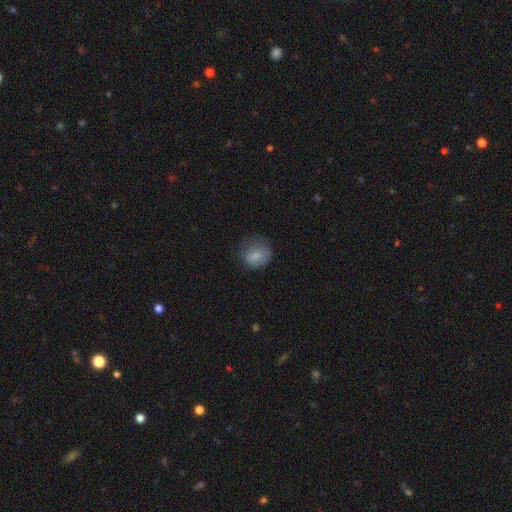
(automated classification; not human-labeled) A smooth galaxy with no disk features (73%) that is round (64%).

Vote fractions:
- Smooth or featured? smooth: 73% / featured or disk: 18% / star or artifact: 9%
- How rounded? round: 64% / in between: 35% / cigar-shaped: 2%
- Merging? none: 58% / minor disturbance: 26% / major disturbance: 14% / merger: 1%